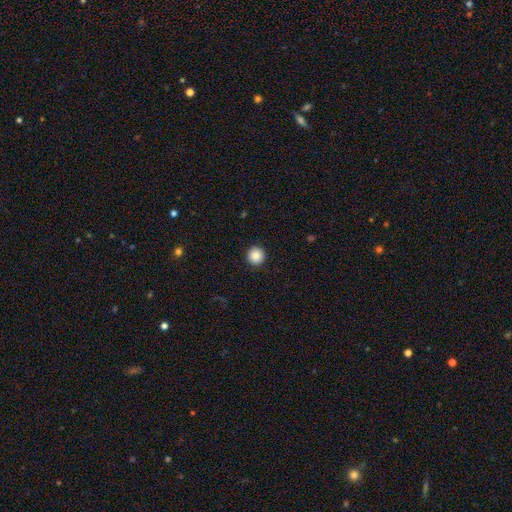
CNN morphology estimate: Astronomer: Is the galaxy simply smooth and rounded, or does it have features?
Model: smooth — 87%.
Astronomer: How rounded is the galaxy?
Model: round — 96%.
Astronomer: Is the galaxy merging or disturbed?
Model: none — 93%.